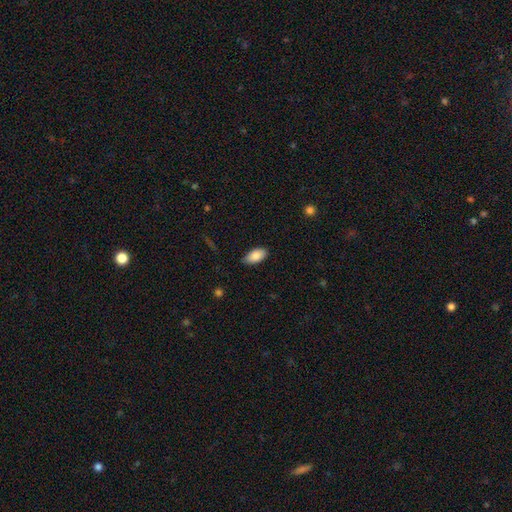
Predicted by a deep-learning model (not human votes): smooth_or_featured: smooth (p=0.86) [alt: featured or disk p=0.07]
how_rounded: in between (p=0.94) [alt: cigar-shaped p=0.04]
merging: none (p=0.80) [alt: minor disturbance p=0.16]